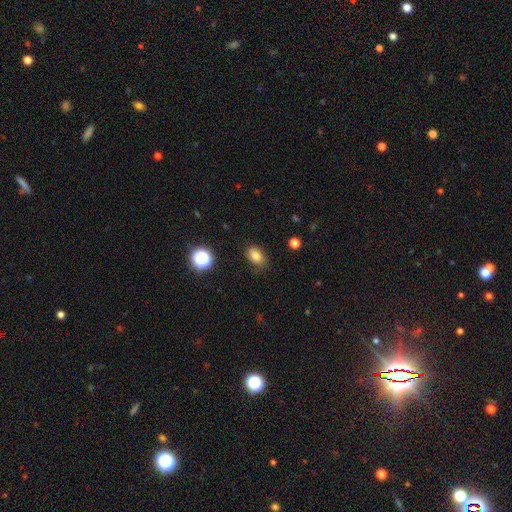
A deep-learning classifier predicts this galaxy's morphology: A smooth galaxy with no disk features (75%) that is in between round and cigar-shaped (82%).

Vote fractions:
- Smooth or featured? smooth: 75% / star or artifact: 13% / featured or disk: 12%
- How rounded? in between: 82% / round: 16% / cigar-shaped: 2%
- Merging? none: 75% / minor disturbance: 19% / major disturbance: 5% / merger: 2%